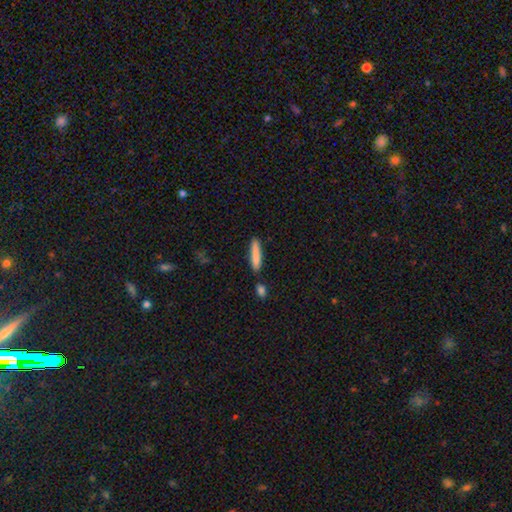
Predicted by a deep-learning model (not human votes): Smooth or featured? smooth (84%)
How rounded? cigar-shaped (87%)
Merging? none (80%)